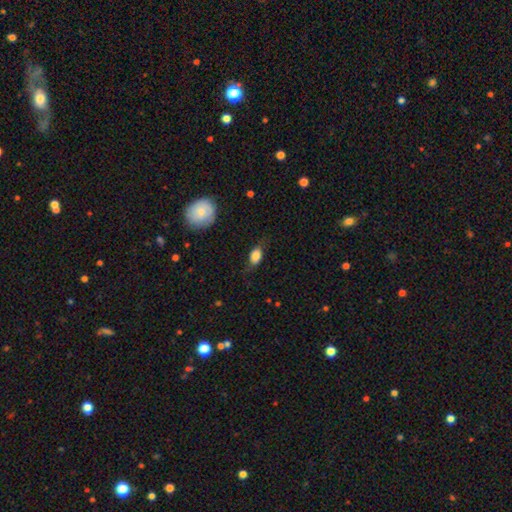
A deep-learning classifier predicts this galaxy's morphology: A smooth galaxy with no disk features (77%) that is in between round and cigar-shaped (82%).

Vote fractions:
- Smooth or featured? smooth: 77% / featured or disk: 15% / star or artifact: 8%
- How rounded? in between: 82% / round: 14% / cigar-shaped: 4%
- Merging? none: 65% / minor disturbance: 23% / major disturbance: 10% / merger: 2%